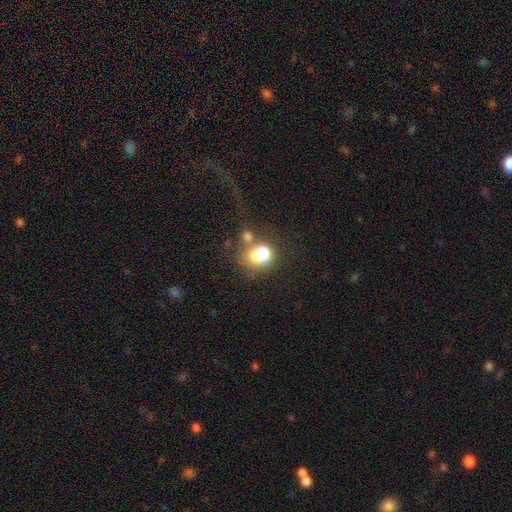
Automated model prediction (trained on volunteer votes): smooth-or-featured: smooth: 64% | featured or disk: 19% | star or artifact: 16%
  how-rounded: round: 66% | in between: 33% | cigar-shaped: 1%
  merging: merger: 44% | none: 35% | minor disturbance: 11% | major disturbance: 10%